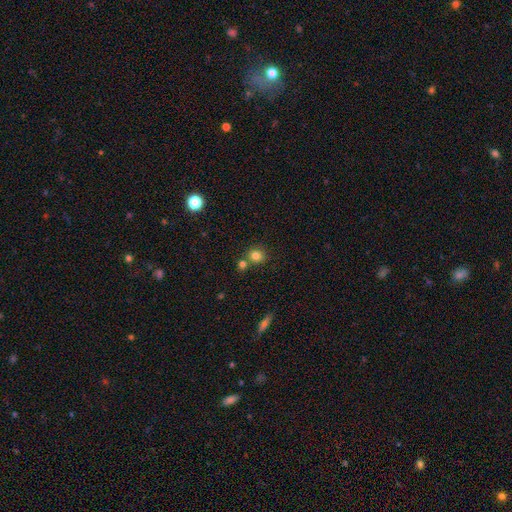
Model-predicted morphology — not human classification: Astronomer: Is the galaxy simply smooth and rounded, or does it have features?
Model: smooth — 80%.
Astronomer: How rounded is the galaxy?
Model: round — 86%.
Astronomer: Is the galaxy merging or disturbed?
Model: none — 67%.